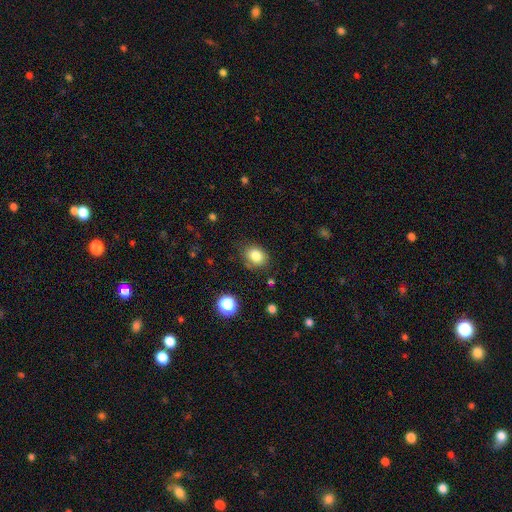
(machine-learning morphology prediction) Smooth or featured? smooth (83%)
How rounded? in between (52%)
Merging? none (74%)